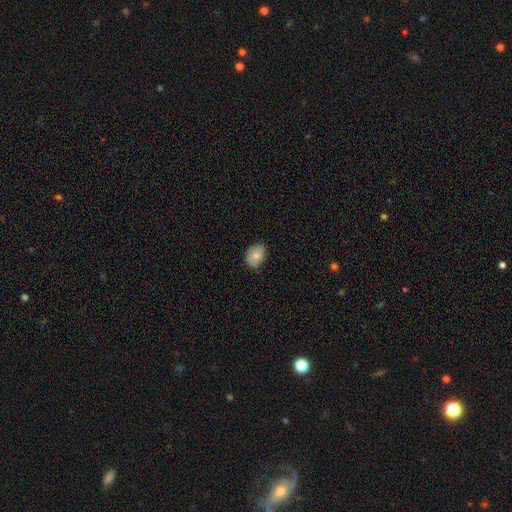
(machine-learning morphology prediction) A smooth galaxy with no disk features (81%) that is in between round and cigar-shaped (66%).

Vote fractions:
- Smooth or featured? smooth: 81% / featured or disk: 11% / star or artifact: 8%
- How rounded? in between: 66% / round: 33% / cigar-shaped: 1%
- Merging? none: 75% / minor disturbance: 21% / major disturbance: 3% / merger: 1%